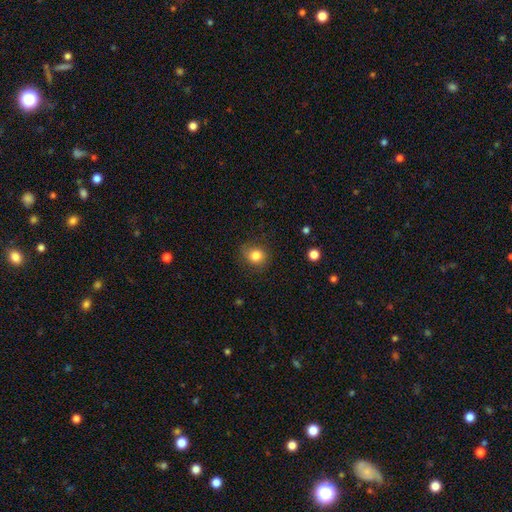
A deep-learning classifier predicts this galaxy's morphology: type=smooth (83%); roundness=round (78%); merging=none (81%).